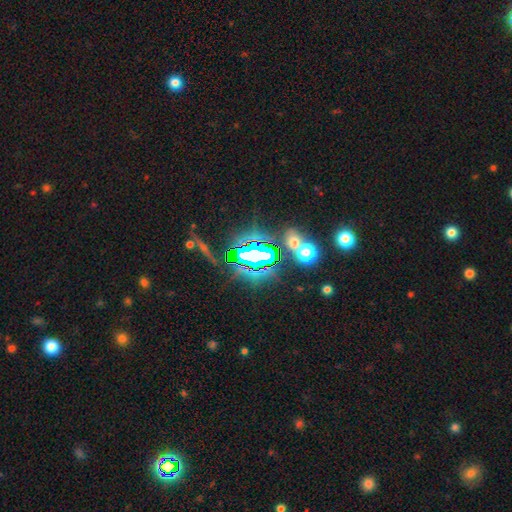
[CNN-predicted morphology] The model was most divided on "smooth or featured": star or artifact: 72%, smooth: 16%, featured or disk: 12%.